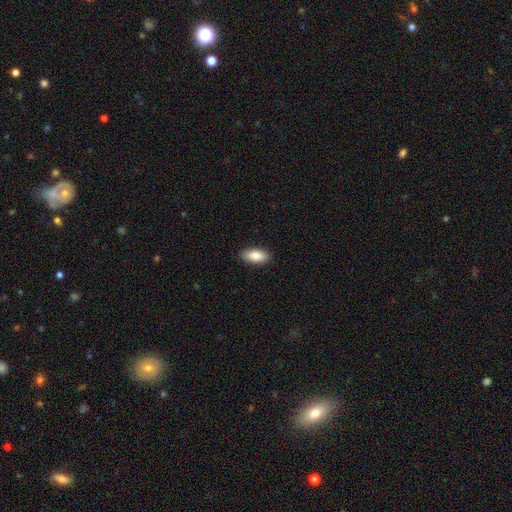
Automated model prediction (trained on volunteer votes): This appears to be a smooth galaxy with no disk features (87%) that is in between round and cigar-shaped (90%). Merging: none (89%).